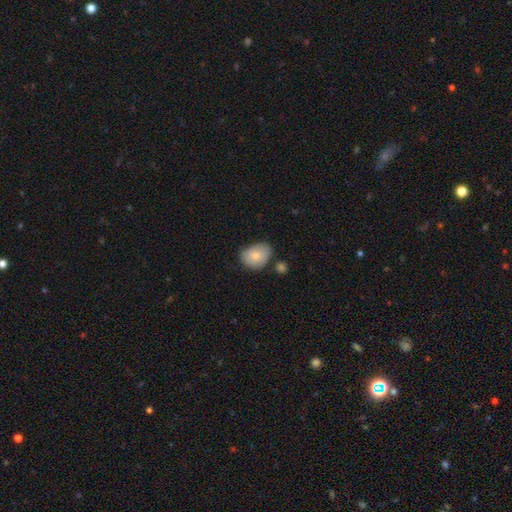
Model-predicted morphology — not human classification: Smooth or featured? smooth (75%)
How rounded? in between (59%)
Merging? none (57%)